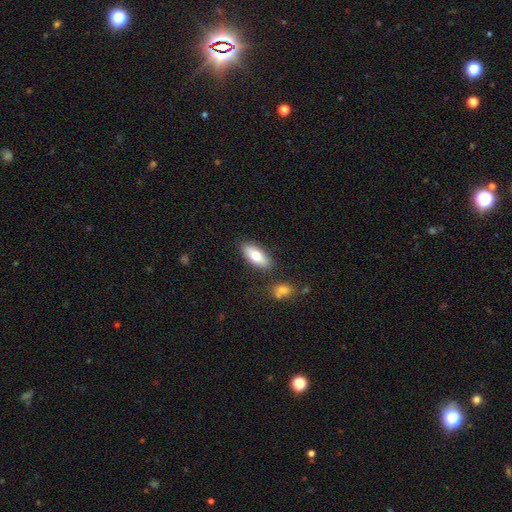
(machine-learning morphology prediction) smooth 75%, featured or disk 18%, star or artifact 6%. Down the decision tree: how rounded — in between (79%); merging — none (83%).